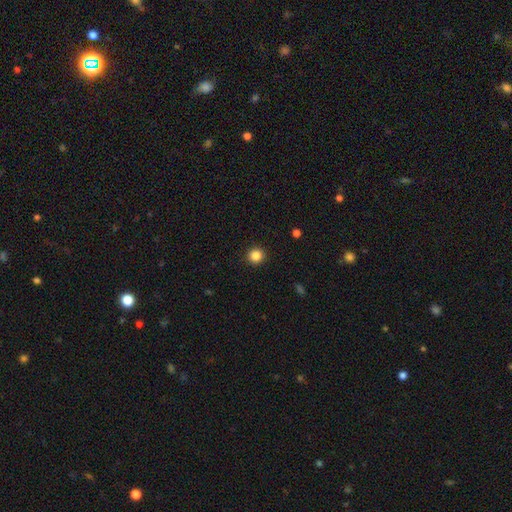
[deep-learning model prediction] Smooth or featured? Predicted: smooth (p=0.85). How rounded? Predicted: round (p=0.95). Merging? Predicted: none (p=0.93).